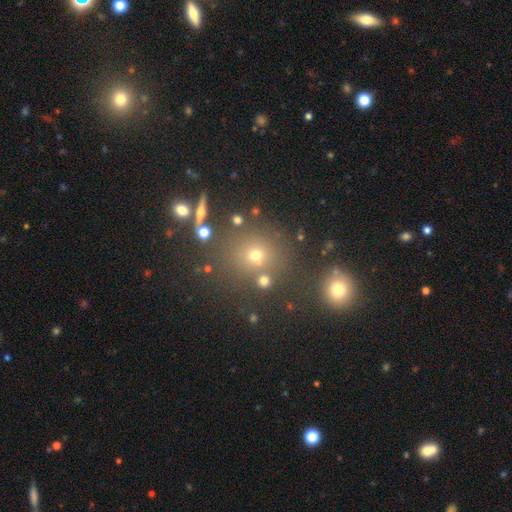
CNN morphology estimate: smooth 54%, star or artifact 35%, featured or disk 11%. Down the decision tree: how rounded — round (87%); merging — none (75%).